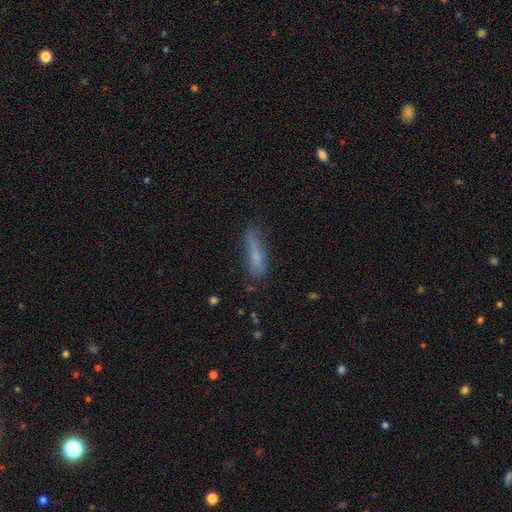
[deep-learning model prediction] Smooth or featured?
  - smooth: 72% *
  - featured or disk: 19%
  - star or artifact: 9%
How rounded?
  - cigar-shaped: 76% *
  - in between: 22%
  - round: 2%
Merging?
  - none: 65% *
  - minor disturbance: 24%
  - major disturbance: 8%
  - merger: 3%